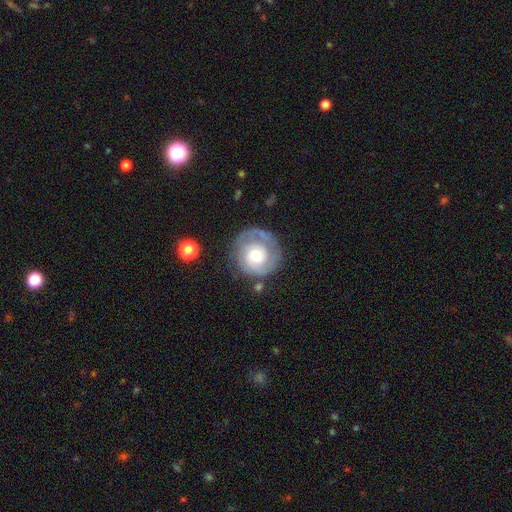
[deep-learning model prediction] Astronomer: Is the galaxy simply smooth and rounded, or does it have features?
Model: featured or disk — 64%.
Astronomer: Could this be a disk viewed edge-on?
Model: no — 98%.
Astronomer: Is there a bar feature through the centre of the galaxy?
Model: no — 81%.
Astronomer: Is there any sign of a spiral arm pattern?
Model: yes — 77%.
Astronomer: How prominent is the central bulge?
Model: moderate — 50%.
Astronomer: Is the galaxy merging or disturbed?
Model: none — 71%.